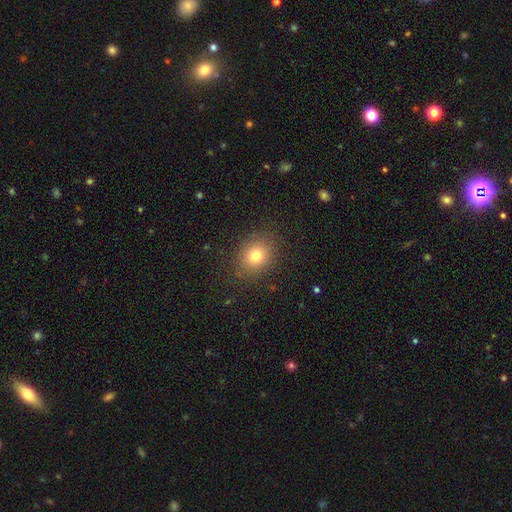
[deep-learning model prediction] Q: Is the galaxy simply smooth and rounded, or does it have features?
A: smooth — 77%.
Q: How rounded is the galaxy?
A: round — 68%.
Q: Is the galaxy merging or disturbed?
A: none — 86%.